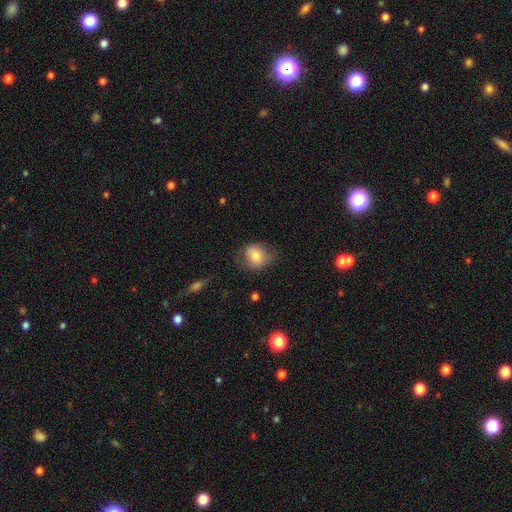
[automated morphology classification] smooth 73%, featured or disk 19%, star or artifact 8%. Down the decision tree: how rounded — round (58%); merging — none (62%).